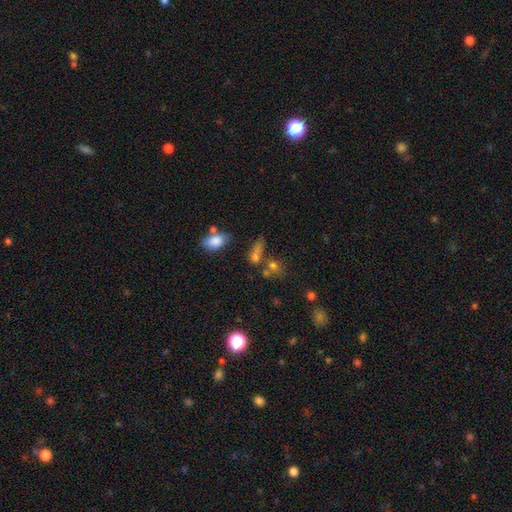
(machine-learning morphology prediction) The model was most divided on "merging": none: 44%, merger: 32%, minor disturbance: 14%, major disturbance: 10%. More confident: smooth or featured — smooth (59%); how rounded — in between (51%).